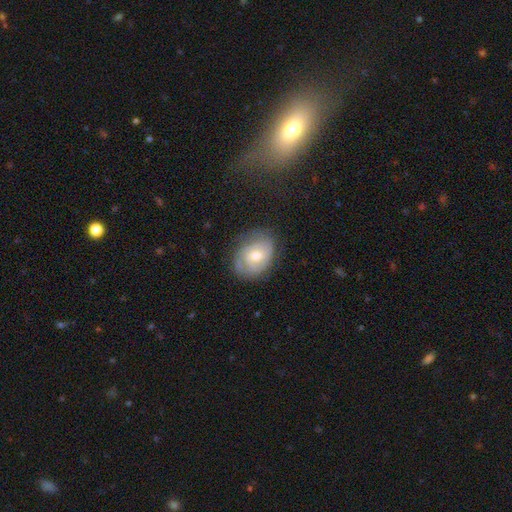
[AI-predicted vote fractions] This appears to be a featured or disk galaxy (59%) with no bar (55%), spiral arms (82%) and a moderate central bulge (64%). Merging: none (69%).